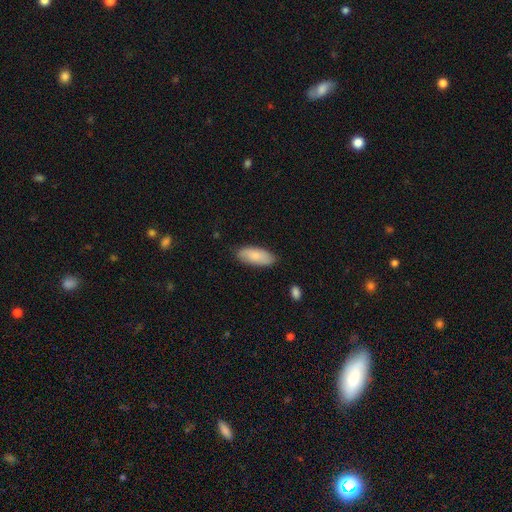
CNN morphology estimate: This is clearly a smooth galaxy (80%). How rounded: clearly in between (82%). Merging: clearly none (83%).